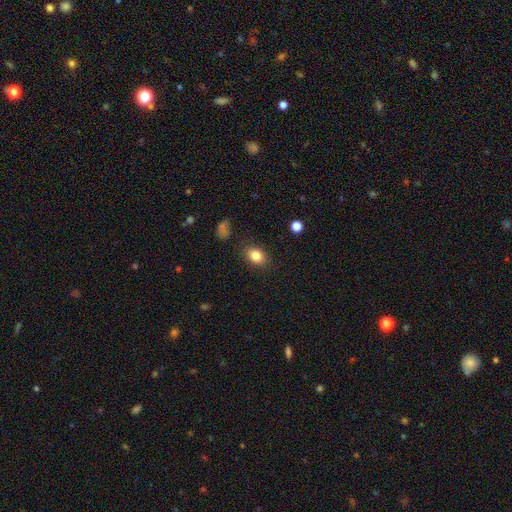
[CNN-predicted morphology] This is clearly a smooth galaxy (83%). How rounded: likely in between (71%). Merging: clearly none (85%).